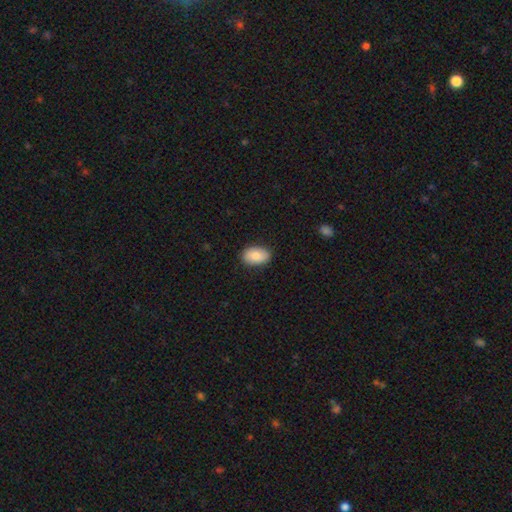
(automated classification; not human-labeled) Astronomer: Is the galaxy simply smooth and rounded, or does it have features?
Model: smooth — 81%.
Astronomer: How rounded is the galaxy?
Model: in between — 89%.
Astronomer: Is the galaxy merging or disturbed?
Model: none — 86%.